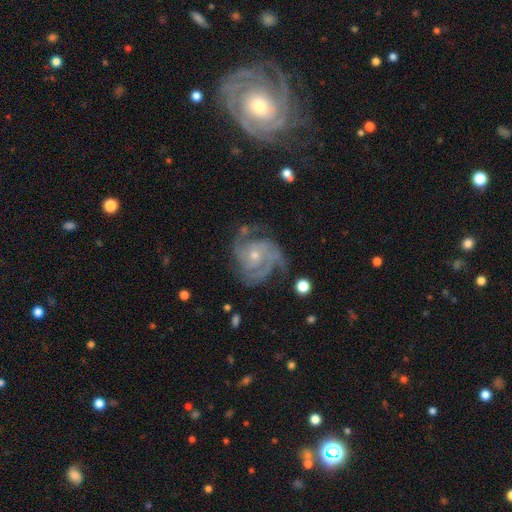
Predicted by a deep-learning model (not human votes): Smooth or featured? Predicted: featured or disk (p=0.89). Edge-on disk? Predicted: no (p=0.98). Bar? Predicted: no (p=0.73). Spiral arms? Predicted: yes (p=0.97). Spiral winding? Predicted: tight (p=0.51). Spiral arm count? Predicted: 3 (p=0.43). Bulge size? Predicted: small (p=0.63). Merging? Predicted: none (p=0.63).